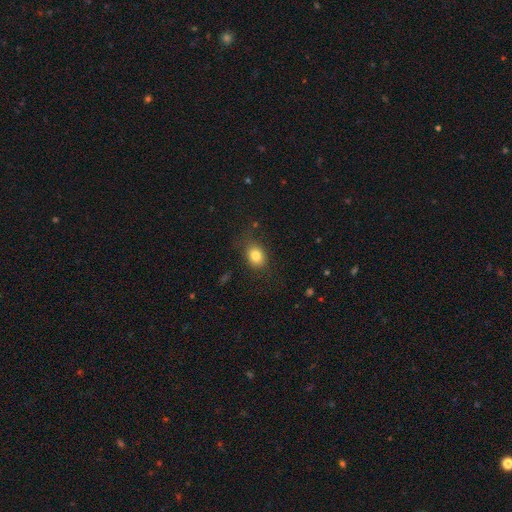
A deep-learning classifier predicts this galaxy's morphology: smooth 81%, star or artifact 11%, featured or disk 8%. Down the decision tree: how rounded — in between (52%); merging — none (76%).